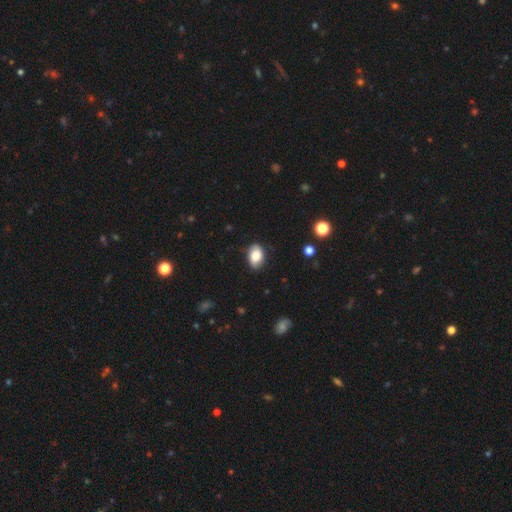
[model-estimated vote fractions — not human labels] Smooth or featured: smooth — 79% (featured or disk — 13%)
How rounded: in between — 87% (round — 11%)
Merging: none — 79% (minor disturbance — 16%)